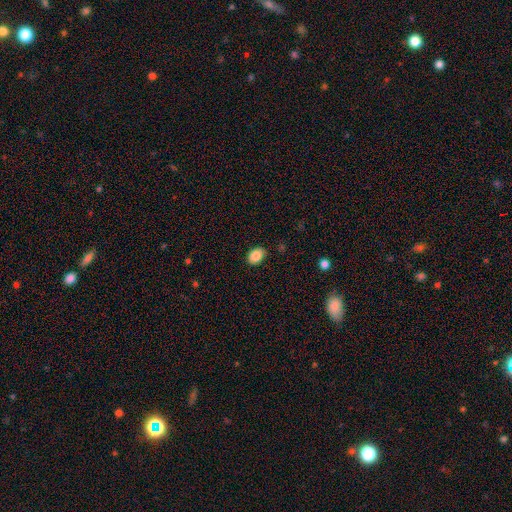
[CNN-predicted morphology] Smooth or featured? Predicted: smooth (p=0.88). How rounded? Predicted: in between (p=0.76). Merging? Predicted: none (p=0.85).